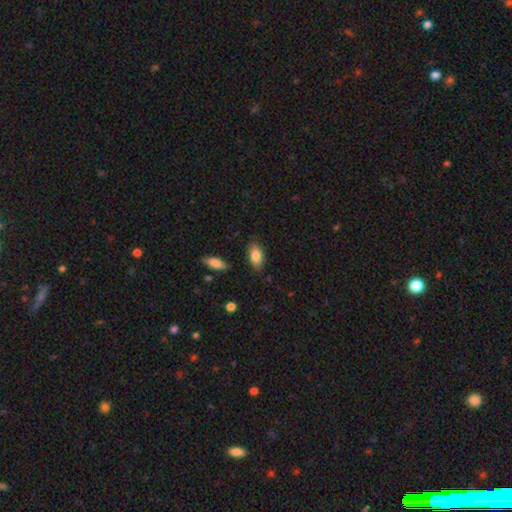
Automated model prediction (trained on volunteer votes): smooth_or_featured: smooth (p=0.83) [alt: featured or disk p=0.10]
how_rounded: in between (p=0.90) [alt: cigar-shaped p=0.06]
merging: none (p=0.82) [alt: minor disturbance p=0.13]